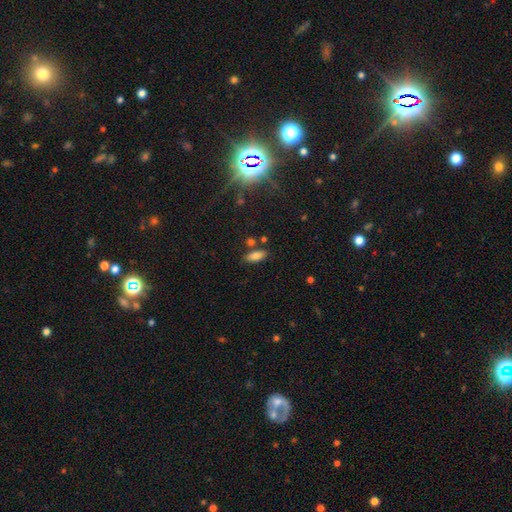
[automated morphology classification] The model was most divided on "merging": none: 77%, minor disturbance: 12%, merger: 8%, major disturbance: 3%. More confident: how rounded — in between (82%); smooth or featured — smooth (80%).